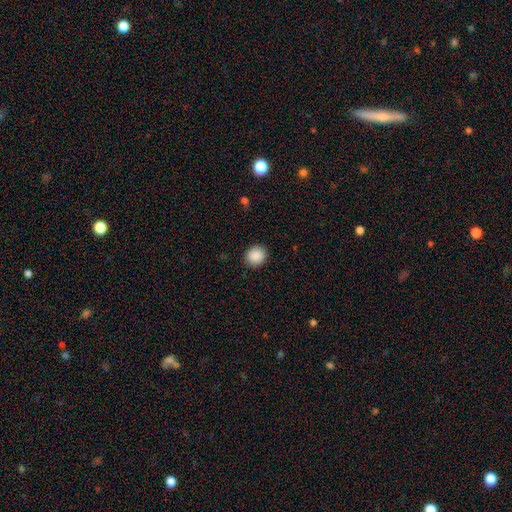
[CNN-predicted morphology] Overall: smooth (89%). How rounded: round (84%). Merging: none (90%).